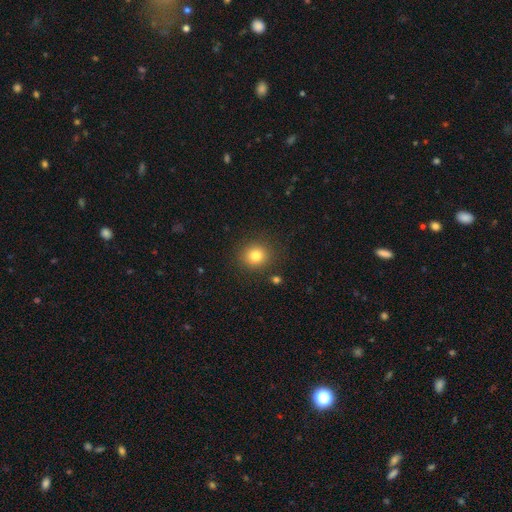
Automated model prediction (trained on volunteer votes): The model was most divided on "smooth or featured": smooth: 81%, star or artifact: 12%, featured or disk: 7%. More confident: merging — none (88%); how rounded — round (87%).